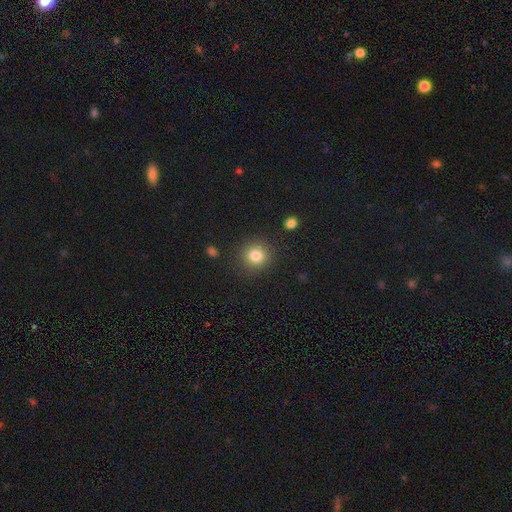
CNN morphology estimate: type=smooth (82%); roundness=round (91%); merging=none (88%).